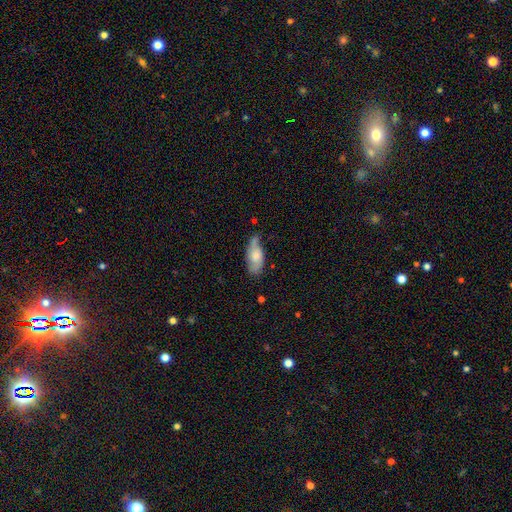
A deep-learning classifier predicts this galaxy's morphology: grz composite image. It shows a smooth galaxy with no disk features (65%) that is in between round and cigar-shaped (86%). Merging: none (42%).